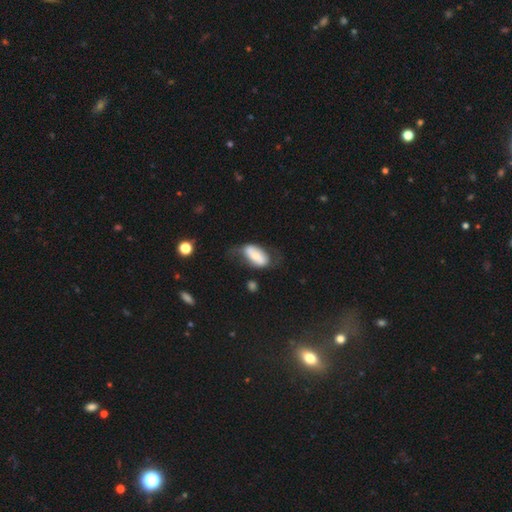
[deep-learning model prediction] A smooth galaxy with no disk features (56%) that is in between round and cigar-shaped (91%). Merging: none (46%).